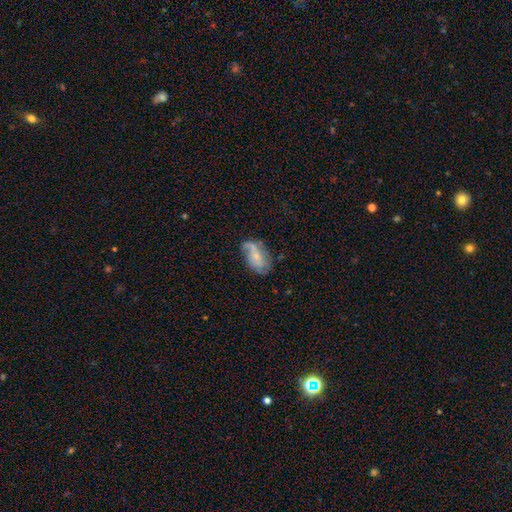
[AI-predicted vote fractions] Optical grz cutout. It shows a featured or disk galaxy (59%) with no bar (64%), spiral arms (81%) and a small central bulge (66%). Merging: none (51%).